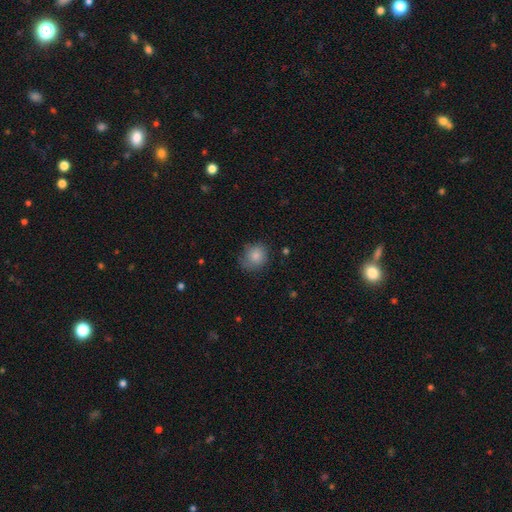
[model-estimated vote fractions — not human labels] Smooth or featured?
  - smooth: 84% *
  - star or artifact: 9%
  - featured or disk: 7%
How rounded?
  - round: 77% *
  - in between: 22%
  - cigar-shaped: 1%
Merging?
  - none: 70% *
  - minor disturbance: 23%
  - major disturbance: 6%
  - merger: 1%